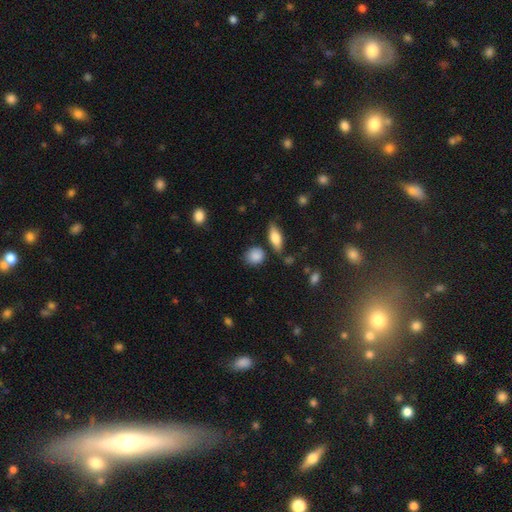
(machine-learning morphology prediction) A smooth galaxy with no disk features (85%) that is round (67%).

Vote fractions:
- Smooth or featured? smooth: 85% / star or artifact: 8% / featured or disk: 7%
- How rounded? round: 67% / in between: 28% / cigar-shaped: 5%
- Merging? none: 74% / minor disturbance: 16% / merger: 6% / major disturbance: 4%